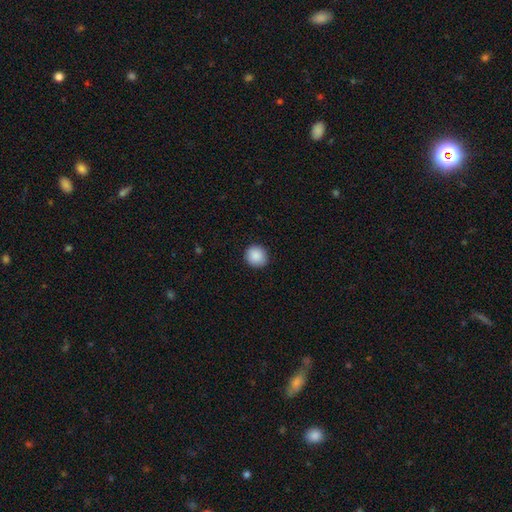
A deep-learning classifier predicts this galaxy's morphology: This appears to be a smooth galaxy with no disk features (90%) that is round (90%). Merging: none (90%).